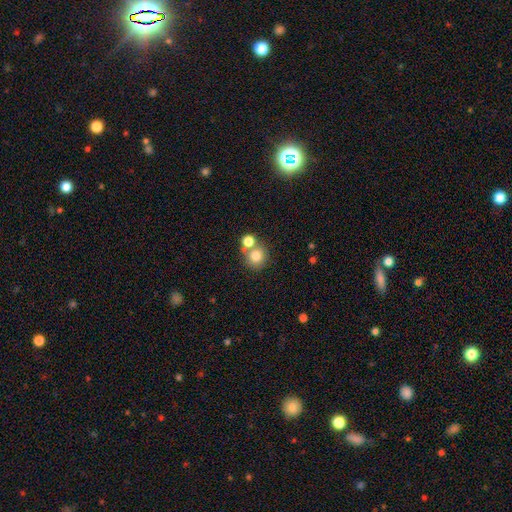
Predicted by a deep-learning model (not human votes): Smooth or featured? smooth (79%)
How rounded? round (88%)
Merging? none (54%)